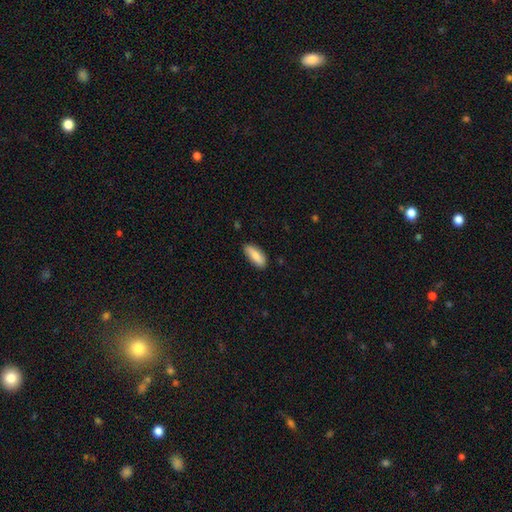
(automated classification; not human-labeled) Smooth or featured?
  - smooth: 83% *
  - featured or disk: 11%
  - star or artifact: 6%
How rounded?
  - in between: 76% *
  - cigar-shaped: 22%
  - round: 2%
Merging?
  - none: 80% *
  - minor disturbance: 16%
  - major disturbance: 2%
  - merger: 1%